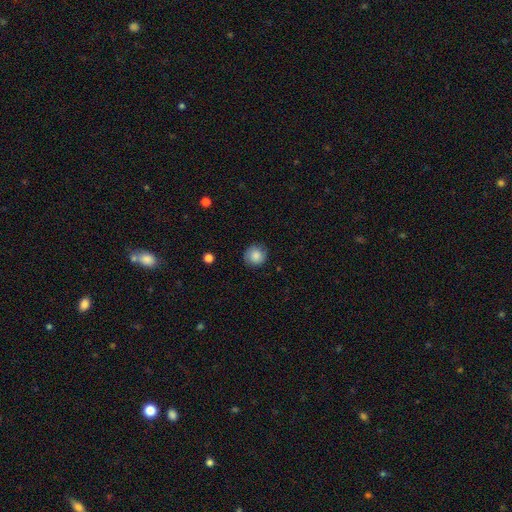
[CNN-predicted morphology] Q: Smooth or featured?
A: smooth (82%); runner-up: featured or disk (9%)
Q: How rounded?
A: round (91%); runner-up: in between (8%)
Q: Merging?
A: none (84%); runner-up: minor disturbance (12%)